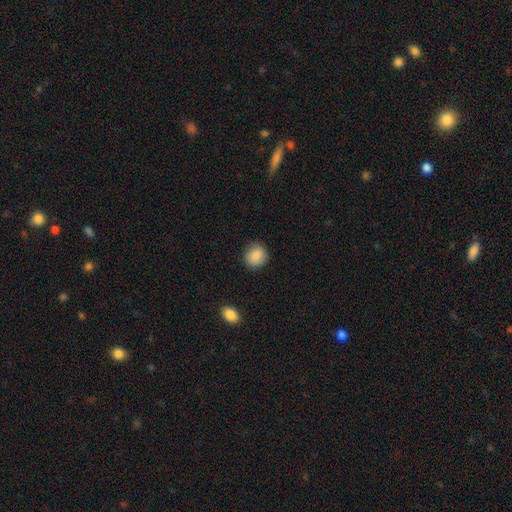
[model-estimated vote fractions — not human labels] smooth_or_featured: smooth (p=0.88) [alt: star or artifact p=0.08]
how_rounded: round (p=0.82) [alt: in between p=0.17]
merging: none (p=0.87) [alt: minor disturbance p=0.09]